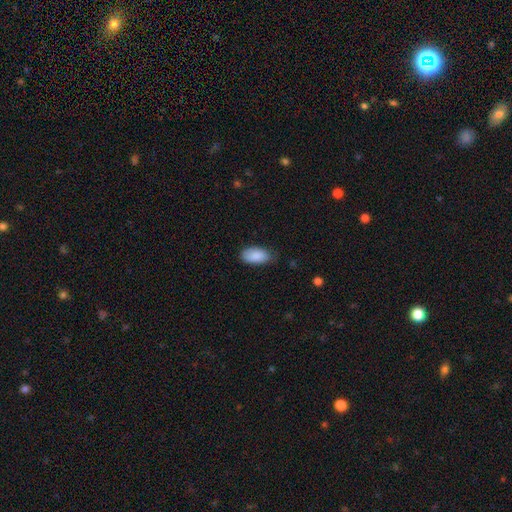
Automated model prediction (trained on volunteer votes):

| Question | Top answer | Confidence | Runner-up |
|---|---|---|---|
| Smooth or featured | smooth | 88% | star or artifact (6%) |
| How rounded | in between | 94% | cigar-shaped (3%) |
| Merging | none | 72% | minor disturbance (23%) |